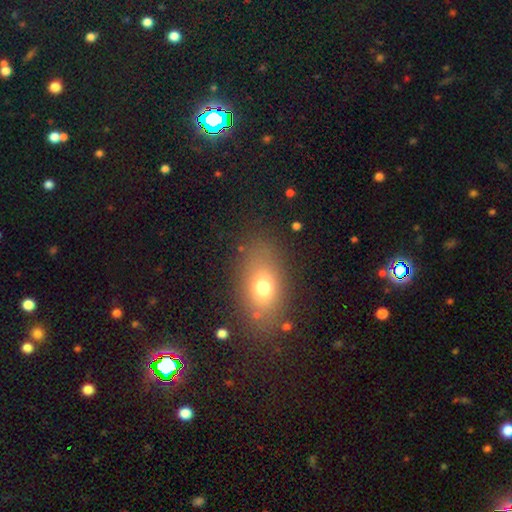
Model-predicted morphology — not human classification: smooth 66%, star or artifact 18%, featured or disk 16%. Down the decision tree: how rounded — in between (76%); merging — none (82%).